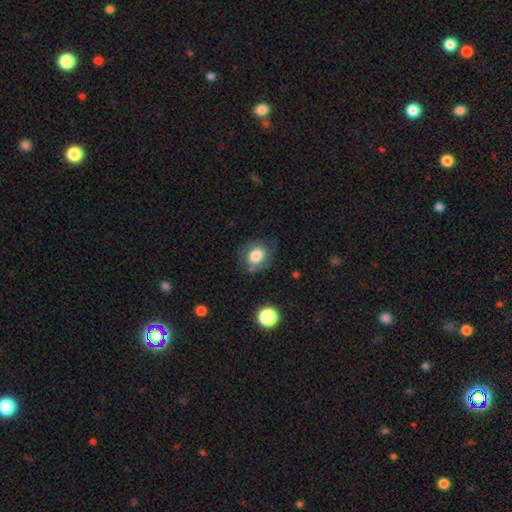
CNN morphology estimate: smooth-or-featured: smooth: 71% | featured or disk: 19% | star or artifact: 9%
  how-rounded: round: 60% | in between: 39% | cigar-shaped: 1%
  merging: none: 68% | minor disturbance: 21% | major disturbance: 8% | merger: 3%